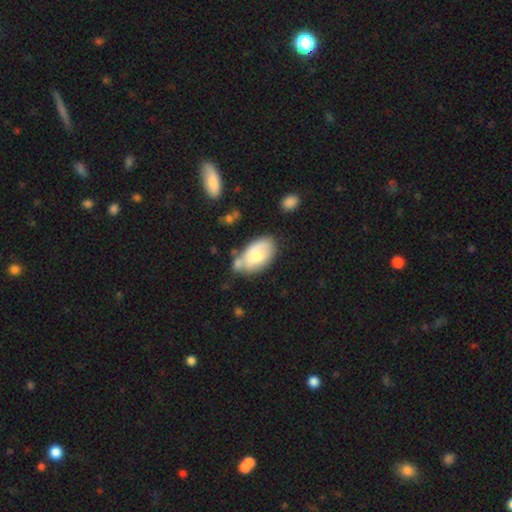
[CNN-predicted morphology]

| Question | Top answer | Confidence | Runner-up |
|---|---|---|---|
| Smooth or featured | smooth | 63% | featured or disk (31%) |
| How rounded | in between | 93% | round (6%) |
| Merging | none | 51% | minor disturbance (25%) |